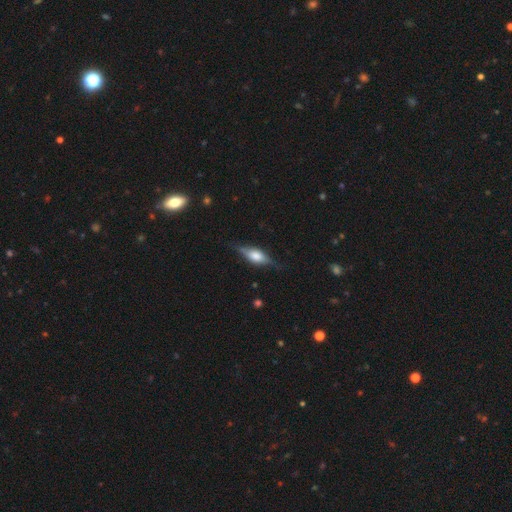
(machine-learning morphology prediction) This is possibly a featured or disk galaxy (57%). It is clearly viewed edge-on (92%). Edge-on bulge: likely rounded (80%). Merging: likely none (75%).